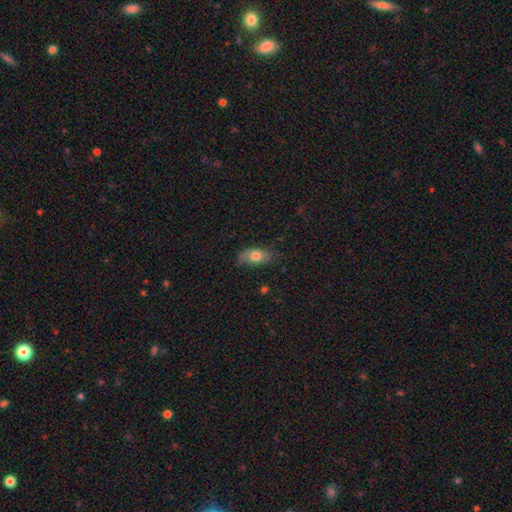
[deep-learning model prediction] Smooth or featured? Predicted: smooth (p=0.70). How rounded? Predicted: in between (p=0.84). Merging? Predicted: none (p=0.60).